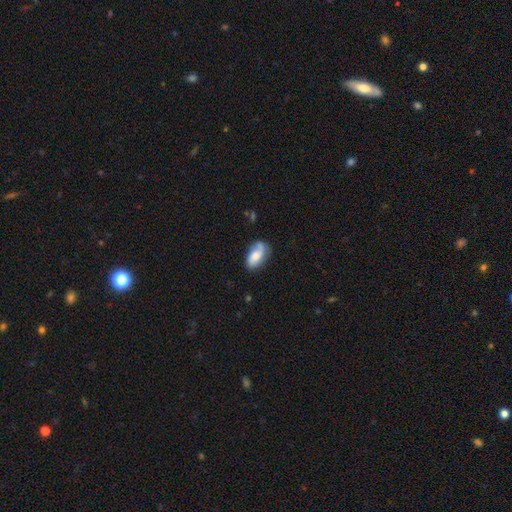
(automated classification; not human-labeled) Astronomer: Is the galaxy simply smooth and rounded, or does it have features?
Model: smooth — 59%.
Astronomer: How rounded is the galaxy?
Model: in between — 92%.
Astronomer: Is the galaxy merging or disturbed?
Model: none — 57%.